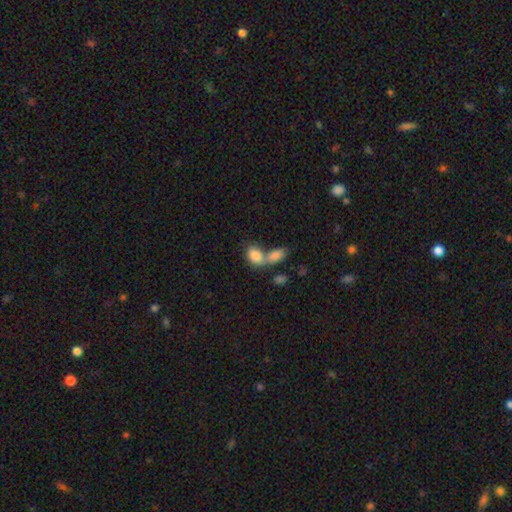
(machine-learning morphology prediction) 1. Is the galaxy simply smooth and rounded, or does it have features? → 83% smooth, 9% featured or disk, 7% star or artifact.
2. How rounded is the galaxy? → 86% in between, 12% round, 2% cigar-shaped.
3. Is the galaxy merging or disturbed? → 61% merger, 26% none, 8% minor disturbance, 4% major disturbance.